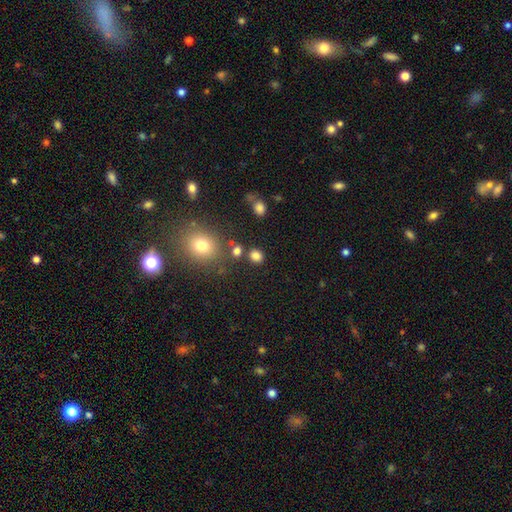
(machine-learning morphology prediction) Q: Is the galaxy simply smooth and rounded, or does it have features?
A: smooth — 81%.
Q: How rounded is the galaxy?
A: round — 67%.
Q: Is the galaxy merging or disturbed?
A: none — 80%.